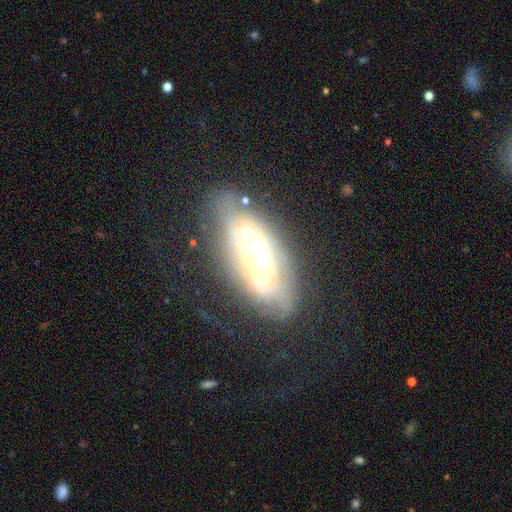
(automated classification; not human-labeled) Overall: featured or disk (73%). Edge-on disk: no (82%). Bar: no (66%). Spiral arms: yes (75%). Bulge size: moderate (42%; small 30%). Merging: none (60%; minor disturbance 23%).